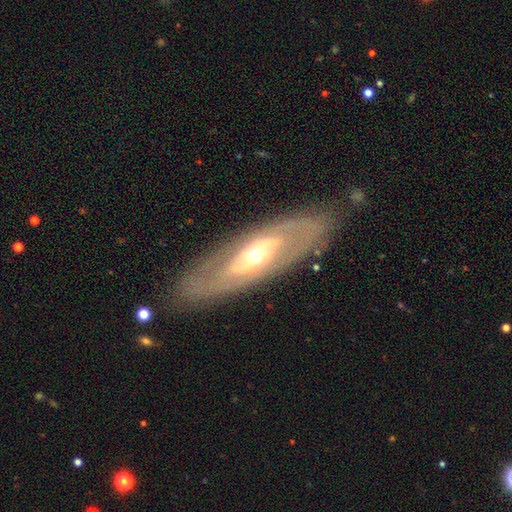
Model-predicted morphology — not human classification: Smooth or featured? featured or disk (74%)
Edge-on disk? no (79%)
Bar? no (62%)
Spiral arms? no (53%)
Bulge size? moderate (65%)
Merging? none (82%)